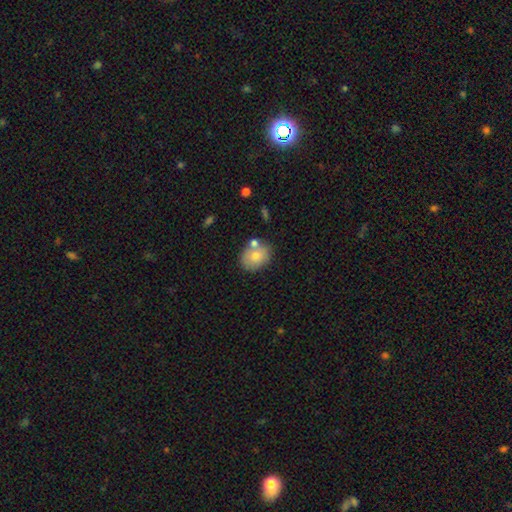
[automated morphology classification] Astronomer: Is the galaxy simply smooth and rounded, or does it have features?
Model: smooth — 76%.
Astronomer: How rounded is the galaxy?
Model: in between — 55% (runner-up: round, 44%).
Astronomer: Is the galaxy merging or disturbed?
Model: none — 65%.